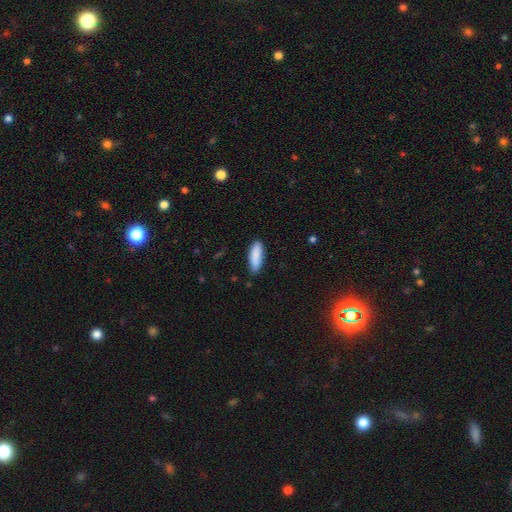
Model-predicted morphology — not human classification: smooth-or-featured: smooth: 88% | featured or disk: 6% | star or artifact: 6%
  how-rounded: in between: 55% | cigar-shaped: 43% | round: 2%
  merging: none: 84% | minor disturbance: 13% | major disturbance: 2% | merger: 1%